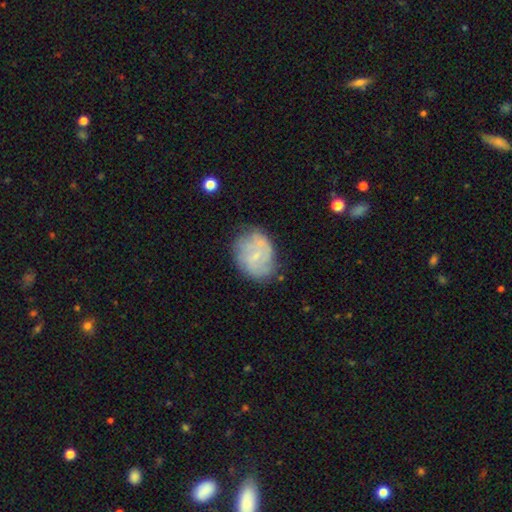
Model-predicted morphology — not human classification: A featured or disk galaxy (60%) with no bar (48%), spiral arms (74%) and a small central bulge (67%).

Vote fractions:
- Smooth or featured? featured or disk: 60% / smooth: 33% / star or artifact: 7%
- Edge-on disk? no: 98% / yes: 2%
- Bar? no: 48% / weak: 44% / strong: 8%
- Spiral arms? yes: 74% / no: 26%
- Bulge size? small: 67% / none: 17% / moderate: 15% / large: 1% / dominant: 1%
- Merging? none: 61% / minor disturbance: 26% / major disturbance: 9% / merger: 4%